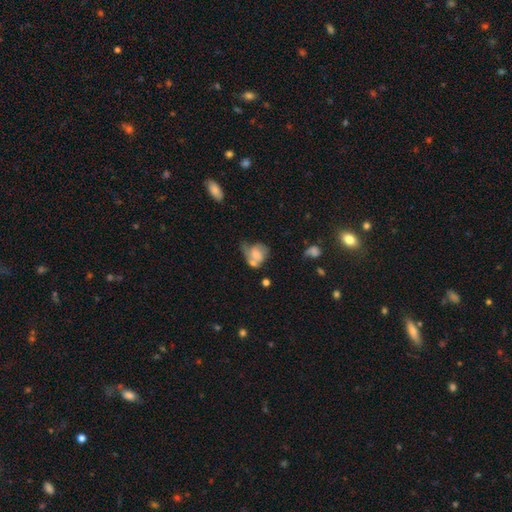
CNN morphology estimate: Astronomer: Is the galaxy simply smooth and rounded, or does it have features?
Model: smooth — 48% (runner-up: featured or disk, 43%).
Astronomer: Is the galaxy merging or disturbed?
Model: merger — 26%, tied with none at 26%.